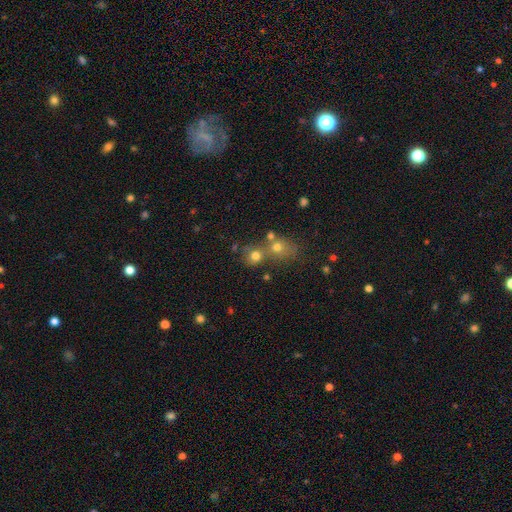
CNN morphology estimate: smooth-or-featured: smooth: 70% | star or artifact: 15% | featured or disk: 14%
  how-rounded: round: 76% | in between: 23% | cigar-shaped: 1%
  merging: merger: 50% | none: 37% | minor disturbance: 8% | major disturbance: 5%